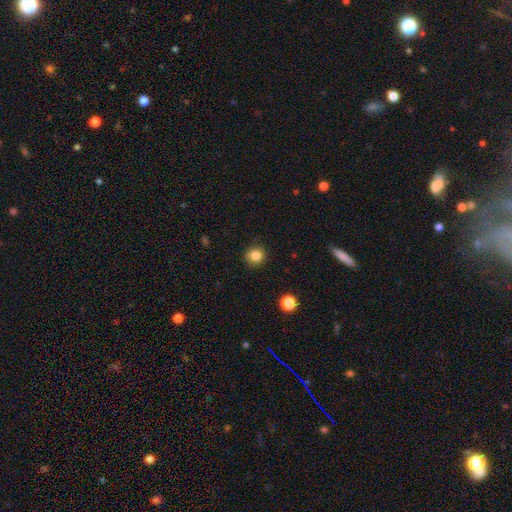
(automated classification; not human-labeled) A smooth galaxy with no disk features (82%) that is round (90%). Merging: none (89%).